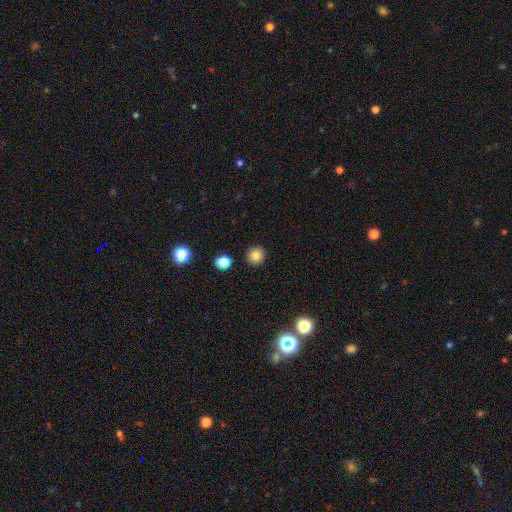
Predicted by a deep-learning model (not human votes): This appears to be a smooth galaxy with no disk features (82%) that is round (94%). Merging: none (92%).